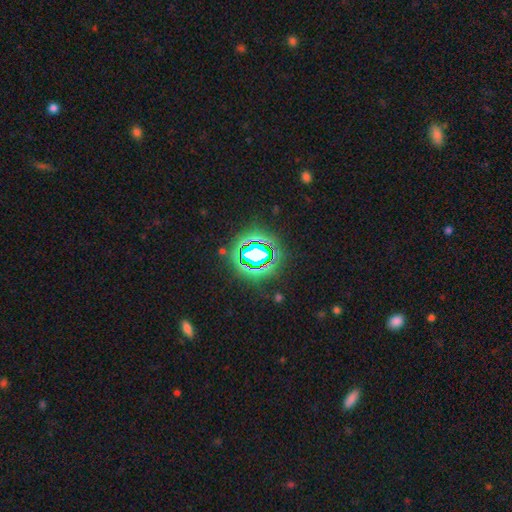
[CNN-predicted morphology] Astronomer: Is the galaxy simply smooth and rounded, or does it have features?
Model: star or artifact — 70%.